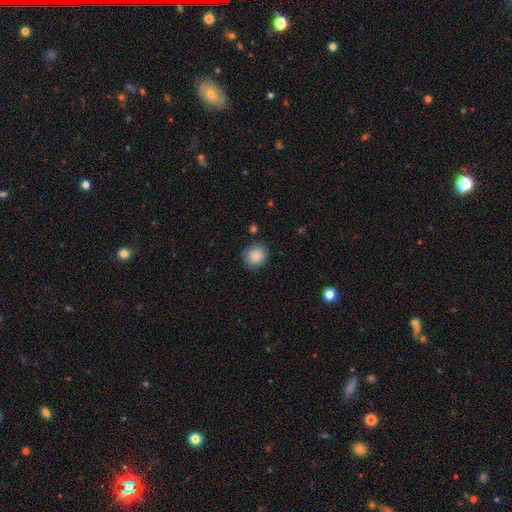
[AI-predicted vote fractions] Smooth or featured?
  - smooth: 87% *
  - star or artifact: 8%
  - featured or disk: 5%
How rounded?
  - round: 82% *
  - in between: 17%
  - cigar-shaped: 1%
Merging?
  - none: 83% *
  - minor disturbance: 12%
  - major disturbance: 3%
  - merger: 2%